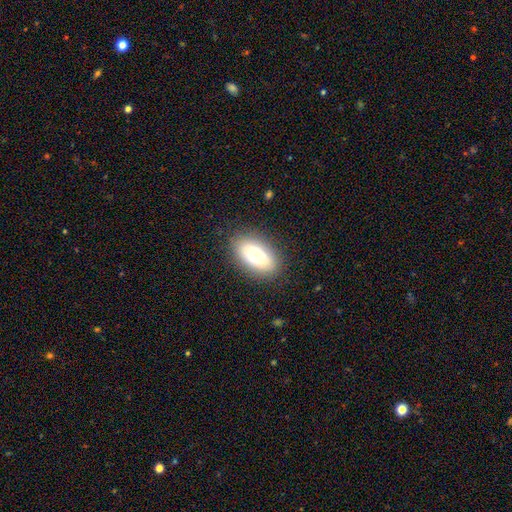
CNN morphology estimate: smooth-or-featured: smooth: 77% | featured or disk: 15% | star or artifact: 8%
  how-rounded: in between: 91% | cigar-shaped: 4% | round: 4%
  merging: none: 84% | minor disturbance: 11% | major disturbance: 4% | merger: 1%